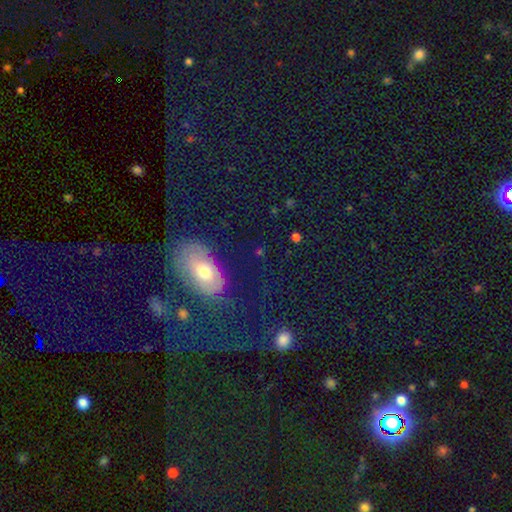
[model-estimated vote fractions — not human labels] Smooth or featured: smooth — 56% (star or artifact — 25%)
How rounded: in between — 82% (round — 14%)
Merging: none — 66% (minor disturbance — 16%)